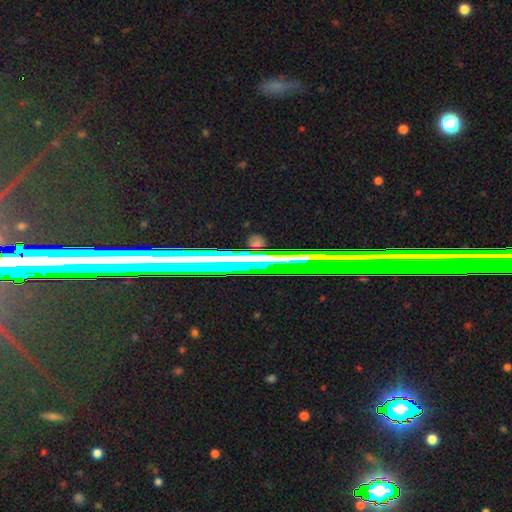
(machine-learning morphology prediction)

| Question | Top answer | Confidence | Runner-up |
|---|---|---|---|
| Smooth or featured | star or artifact | 67% | featured or disk (21%) |